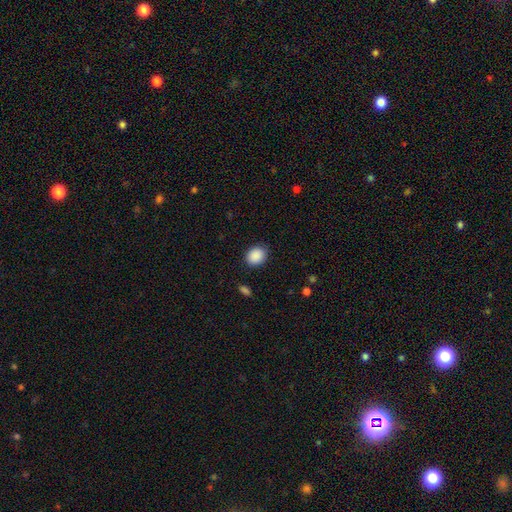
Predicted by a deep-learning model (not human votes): Smooth or featured? Predicted: smooth (p=0.89). How rounded? Predicted: round (p=0.56). Merging? Predicted: none (p=0.87).